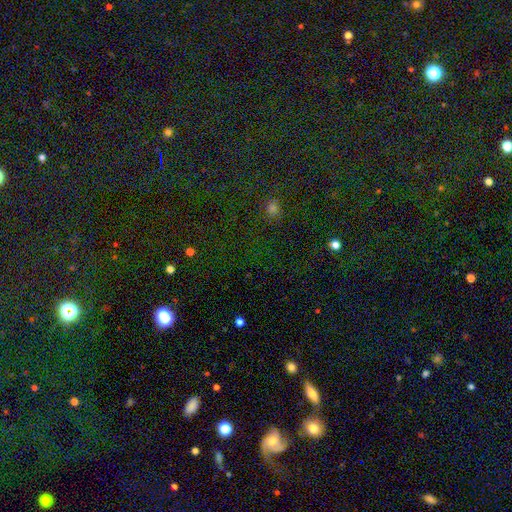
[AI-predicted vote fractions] A star or artifact, not a galaxy (60%).

Vote fractions:
- Smooth or featured? star or artifact: 60% / smooth: 32% / featured or disk: 7%